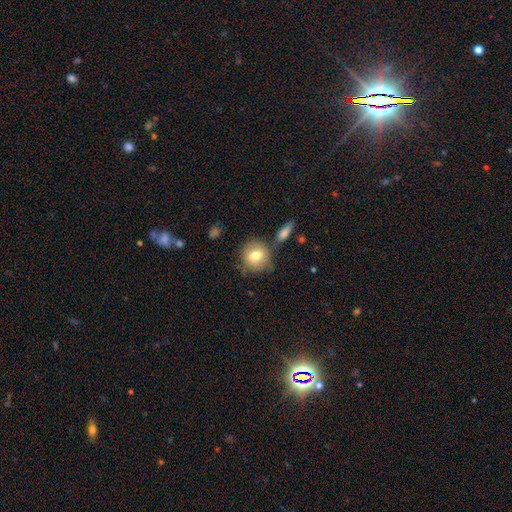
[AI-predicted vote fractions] smooth-or-featured: smooth: 76% | featured or disk: 16% | star or artifact: 8%
  how-rounded: round: 87% | in between: 12% | cigar-shaped: 1%
  merging: none: 71% | minor disturbance: 14% | merger: 11% | major disturbance: 4%